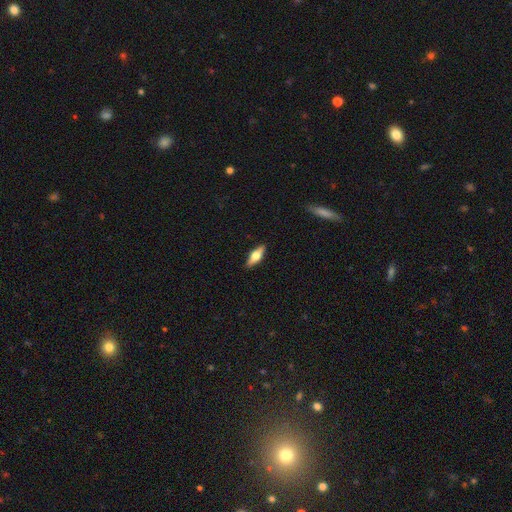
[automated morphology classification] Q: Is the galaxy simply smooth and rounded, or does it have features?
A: featured or disk — 50%.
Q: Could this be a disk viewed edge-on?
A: yes — 93%.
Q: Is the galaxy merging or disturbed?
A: none — 89%.